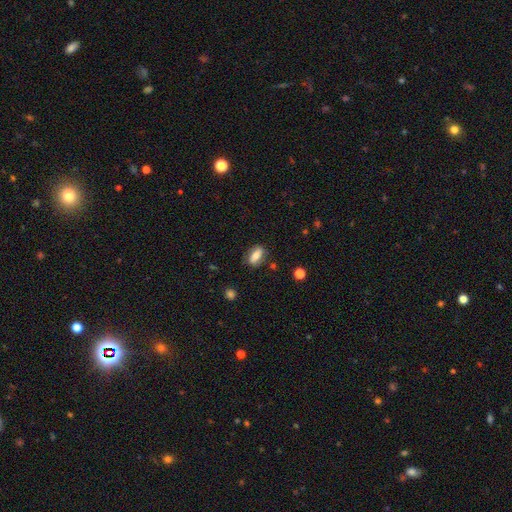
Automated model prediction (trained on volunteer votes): A smooth galaxy with no disk features (70%) that is in between round and cigar-shaped (78%).

Vote fractions:
- Smooth or featured? smooth: 70% / featured or disk: 22% / star or artifact: 8%
- How rounded? in between: 78% / cigar-shaped: 16% / round: 7%
- Merging? none: 78% / minor disturbance: 16% / major disturbance: 4% / merger: 2%